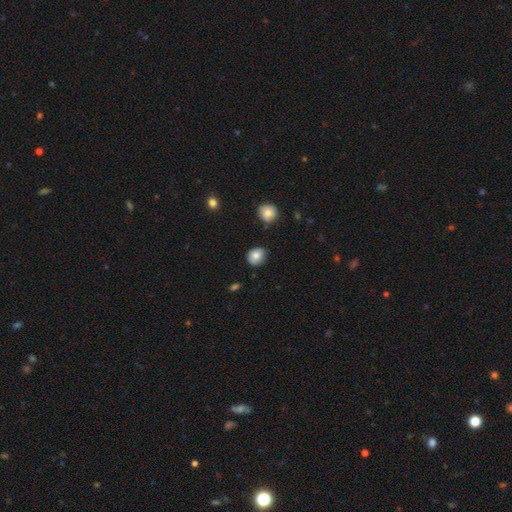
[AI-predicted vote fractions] A smooth galaxy with no disk features (82%) that is round (78%).

Vote fractions:
- Smooth or featured? smooth: 82% / featured or disk: 9% / star or artifact: 9%
- How rounded? round: 78% / in between: 21% / cigar-shaped: 1%
- Merging? none: 81% / minor disturbance: 14% / major disturbance: 3% / merger: 2%